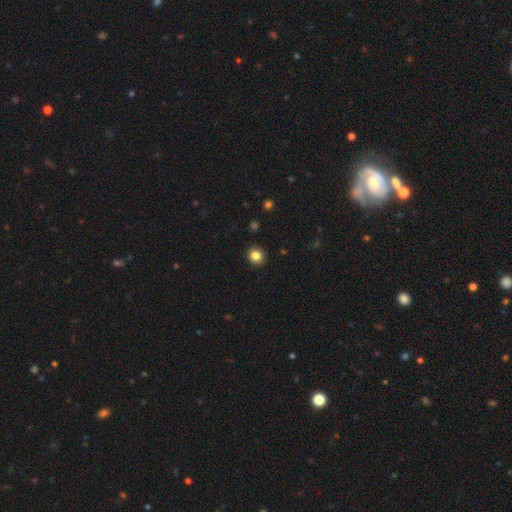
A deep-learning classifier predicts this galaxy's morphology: The model was most divided on "how rounded": round: 84%, in between: 15%, cigar-shaped: 1%. More confident: merging — none (92%); smooth or featured — smooth (84%).